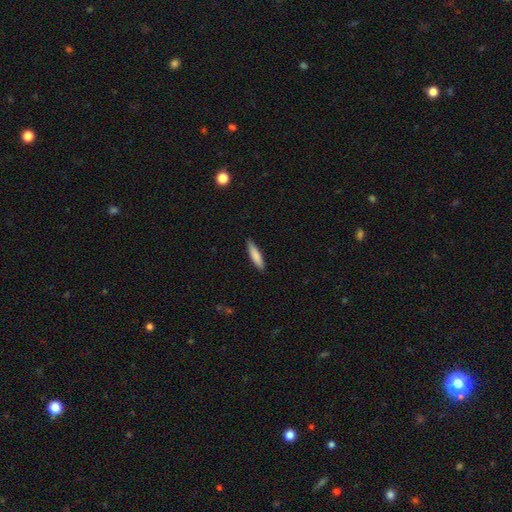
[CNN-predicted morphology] Smooth or featured?
  - smooth: 82% *
  - featured or disk: 12%
  - star or artifact: 5%
How rounded?
  - cigar-shaped: 83% *
  - in between: 16%
  - round: 1%
Merging?
  - none: 88% *
  - minor disturbance: 9%
  - major disturbance: 2%
  - merger: 1%